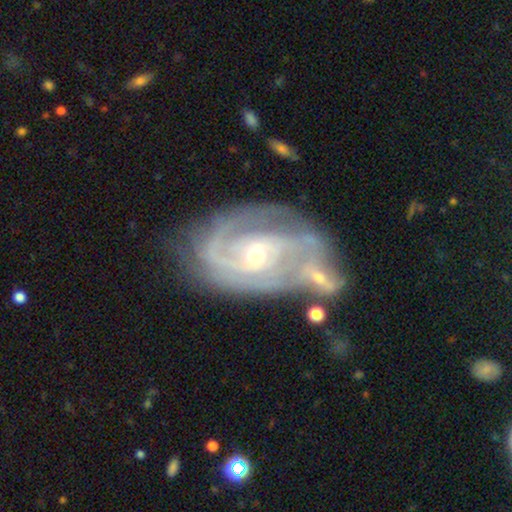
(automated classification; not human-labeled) featured or disk 88%, smooth 6%, star or artifact 6%. Down the decision tree: edge-on disk — no (96%); bar — no (51%); spiral arms — yes (95%); spiral arm count — 2 (39%); spiral winding — tight (60%); bulge size — small (53%); merging — none (46%).